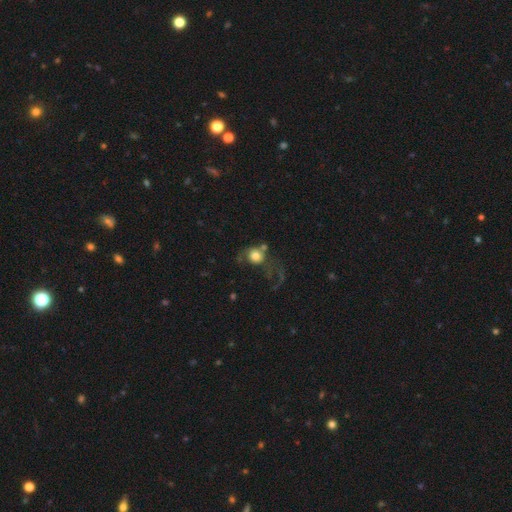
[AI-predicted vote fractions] Overall: smooth (69%). How rounded: round (79%). Merging: major disturbance (39%; none 27%).